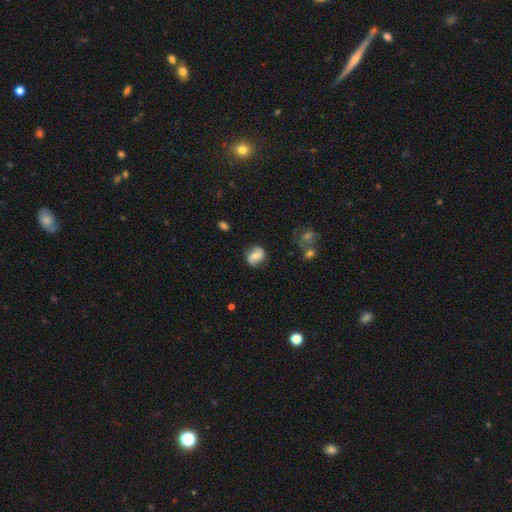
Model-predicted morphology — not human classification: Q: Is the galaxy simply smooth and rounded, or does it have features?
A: featured or disk — 60%.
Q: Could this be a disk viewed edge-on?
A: no — 97%.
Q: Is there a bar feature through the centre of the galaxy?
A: no — 45%.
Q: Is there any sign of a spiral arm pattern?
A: yes — 89%.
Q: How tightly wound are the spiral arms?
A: loose — 47%.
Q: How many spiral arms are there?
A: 2 — 89%.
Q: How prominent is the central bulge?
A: moderate — 56%.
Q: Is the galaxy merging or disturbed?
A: none — 75%.